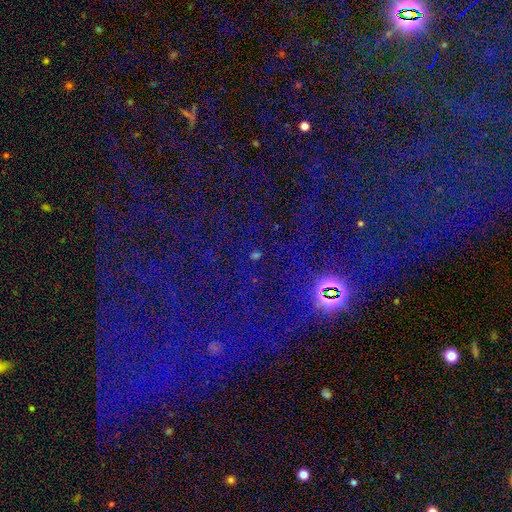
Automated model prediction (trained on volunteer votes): Morphology: type=star or artifact (82%).